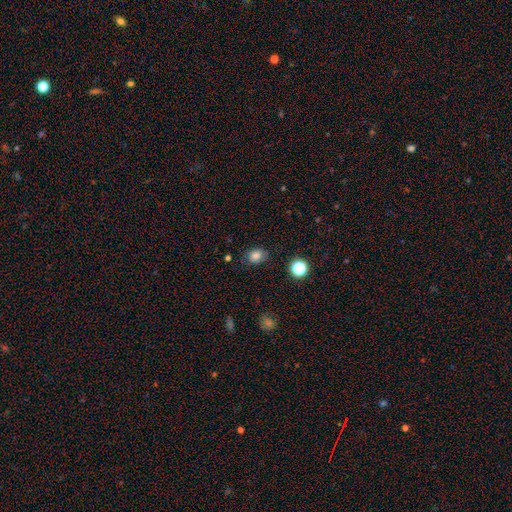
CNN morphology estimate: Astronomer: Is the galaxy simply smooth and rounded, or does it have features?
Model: smooth — 80%.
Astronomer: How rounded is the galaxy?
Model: in between — 56% (runner-up: round, 44%).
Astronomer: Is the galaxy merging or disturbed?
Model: none — 78%.